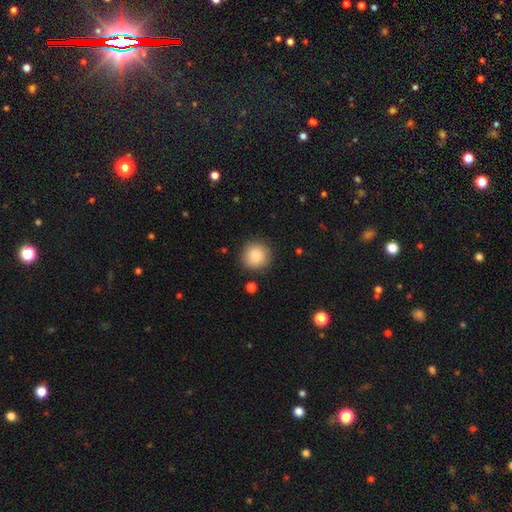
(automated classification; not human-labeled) This is clearly a smooth galaxy (87%). How rounded: clearly round (94%). Merging: clearly none (88%).